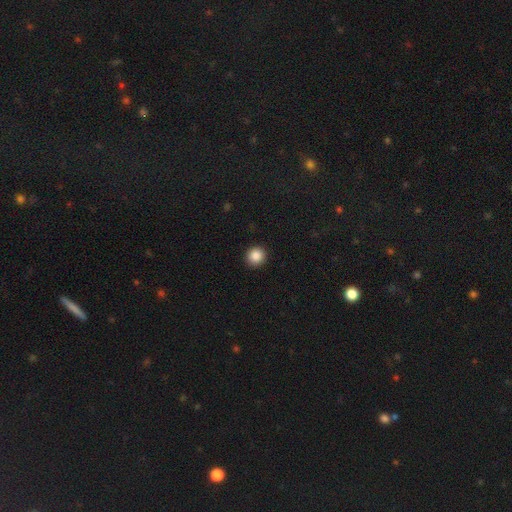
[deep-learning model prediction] Smooth or featured?
  - smooth: 87% *
  - star or artifact: 9%
  - featured or disk: 3%
How rounded?
  - round: 93% *
  - in between: 6%
  - cigar-shaped: 1%
Merging?
  - none: 93% *
  - minor disturbance: 5%
  - major disturbance: 2%
  - merger: 1%